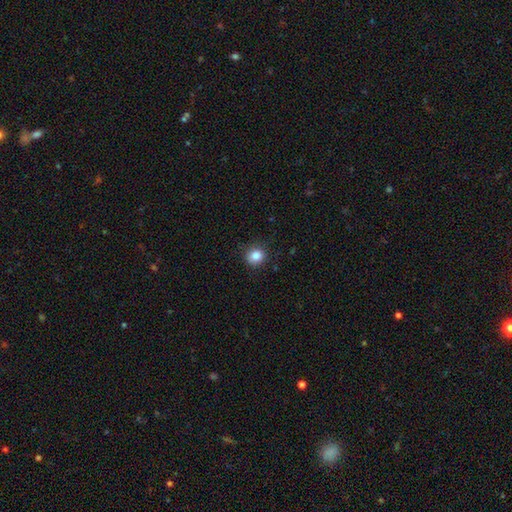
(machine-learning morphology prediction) A smooth galaxy with no disk features (85%) that is round (83%). Merging: none (86%).